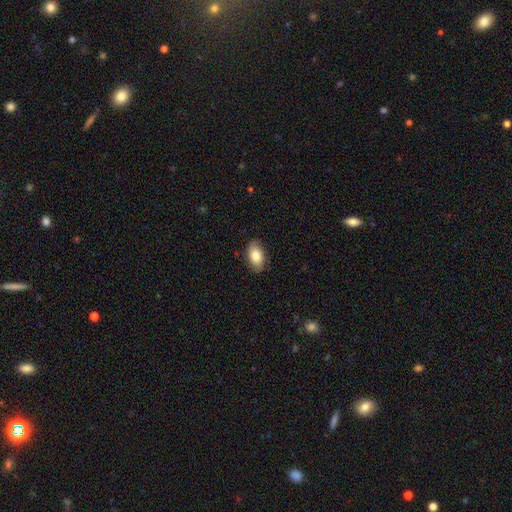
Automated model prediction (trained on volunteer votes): A smooth galaxy with no disk features (79%) that is in between round and cigar-shaped (92%). Merging: none (83%).